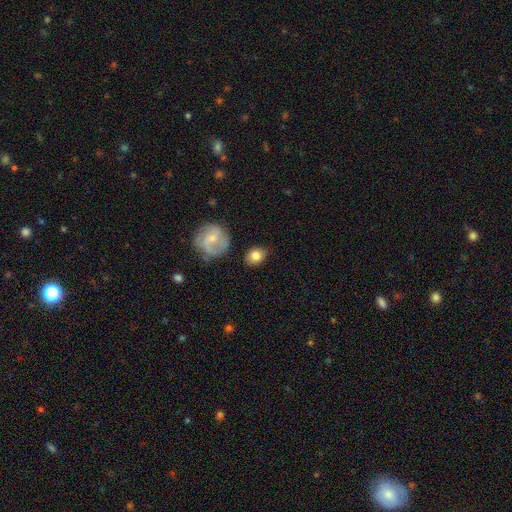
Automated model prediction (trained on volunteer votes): This appears to be a smooth galaxy with no disk features (77%) that is round (54%). Merging: none (77%).